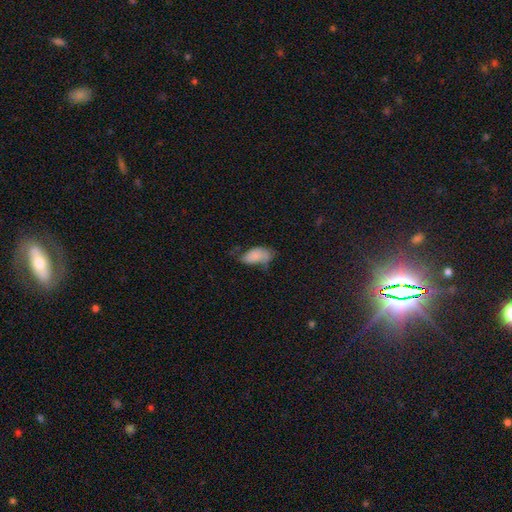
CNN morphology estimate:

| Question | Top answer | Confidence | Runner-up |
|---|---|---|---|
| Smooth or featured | smooth | 75% | featured or disk (17%) |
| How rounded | in between | 93% | cigar-shaped (4%) |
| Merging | minor disturbance | 37% | none (35%) |